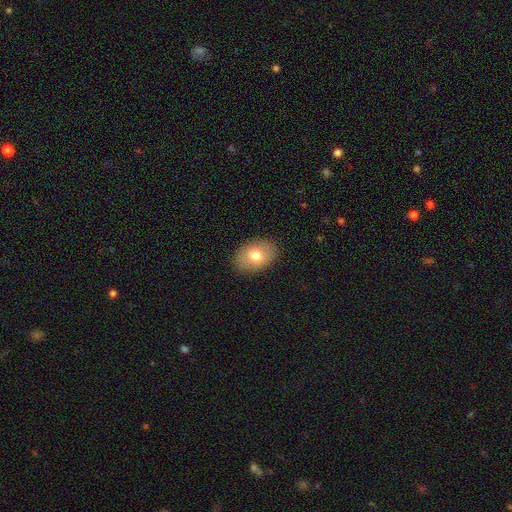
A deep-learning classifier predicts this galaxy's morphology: Smooth or featured: smooth — 74% (featured or disk — 18%)
How rounded: in between — 82% (round — 17%)
Merging: none — 87% (minor disturbance — 10%)